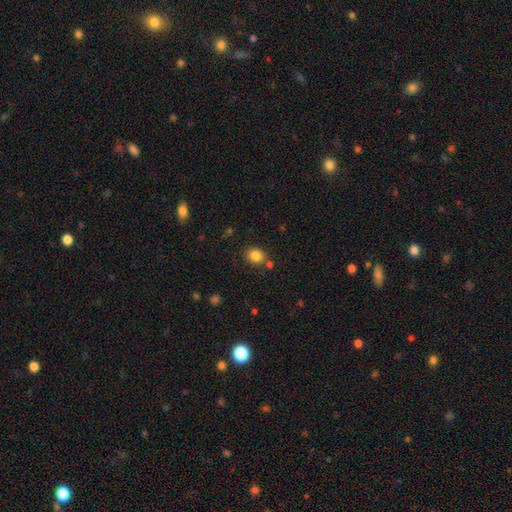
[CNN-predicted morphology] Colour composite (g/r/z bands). It shows a smooth galaxy with no disk features (84%) that is round (66%). Merging: none (77%).